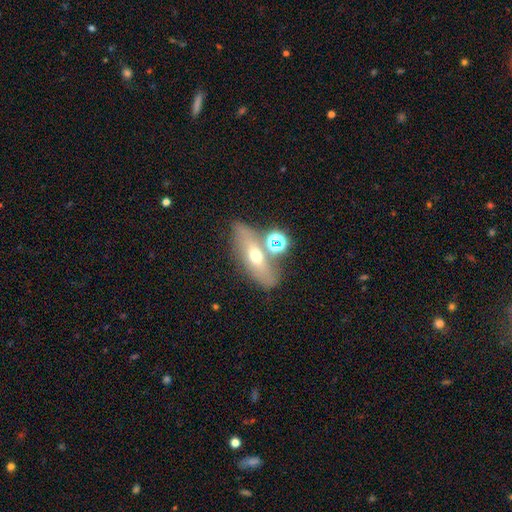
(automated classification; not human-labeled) A smooth galaxy with no disk features (49%). Merging: none (61%).